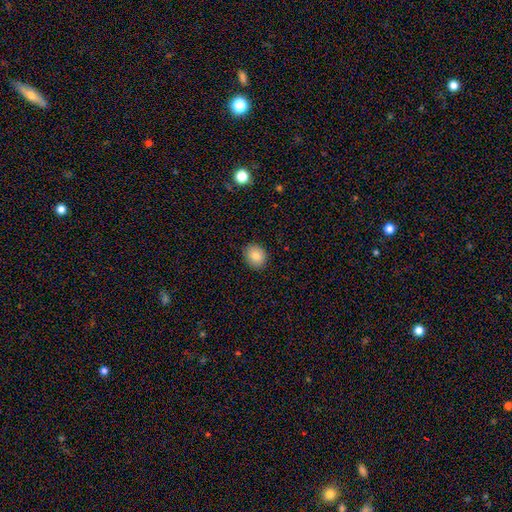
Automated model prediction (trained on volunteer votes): smooth 82%, star or artifact 9%, featured or disk 9%. Down the decision tree: how rounded — round (68%); merging — none (89%).